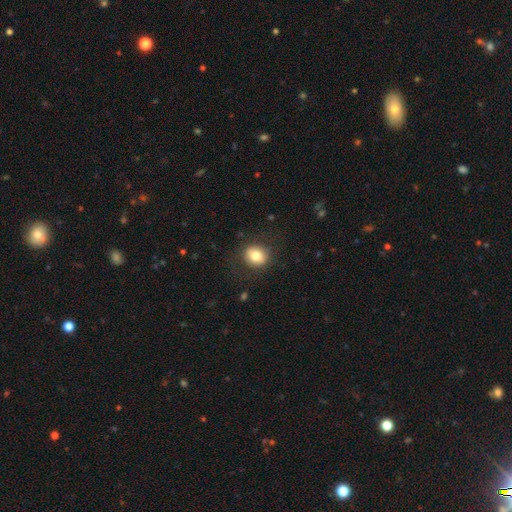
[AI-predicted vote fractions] Overall: smooth (79%). How rounded: round (71%). Merging: none (84%).